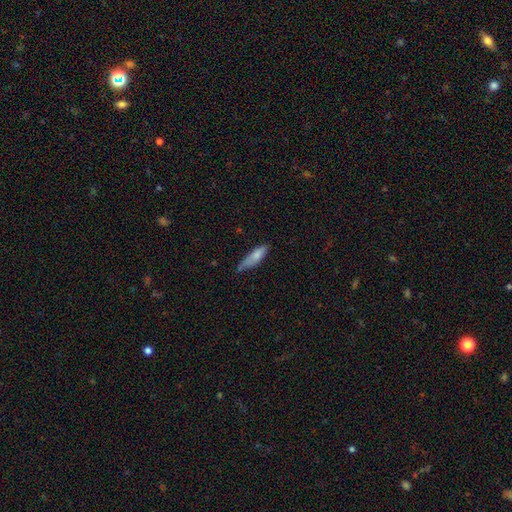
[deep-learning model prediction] This appears to be a smooth galaxy with no disk features (77%) that is cigar-shaped (61%). Merging: none (49%).